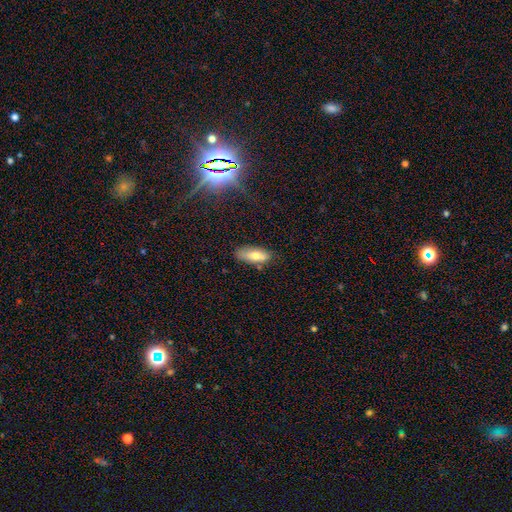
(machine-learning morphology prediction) Q: Smooth or featured?
A: smooth (72%); runner-up: featured or disk (21%)
Q: How rounded?
A: in between (74%); runner-up: cigar-shaped (24%)
Q: Merging?
A: none (72%); runner-up: minor disturbance (19%)